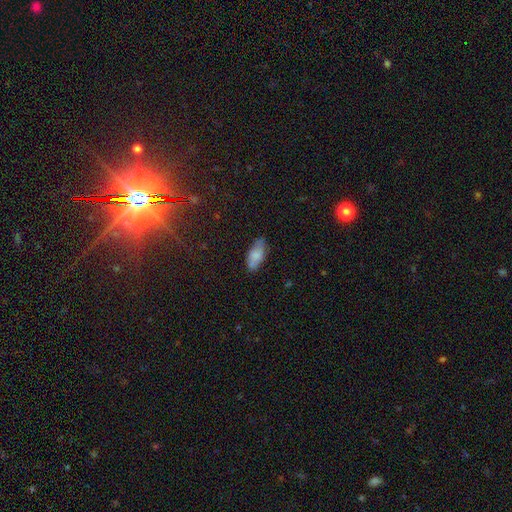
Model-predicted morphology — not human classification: This is likely a smooth galaxy (74%). How rounded: clearly in between (86%). Merging: likely none (74%).